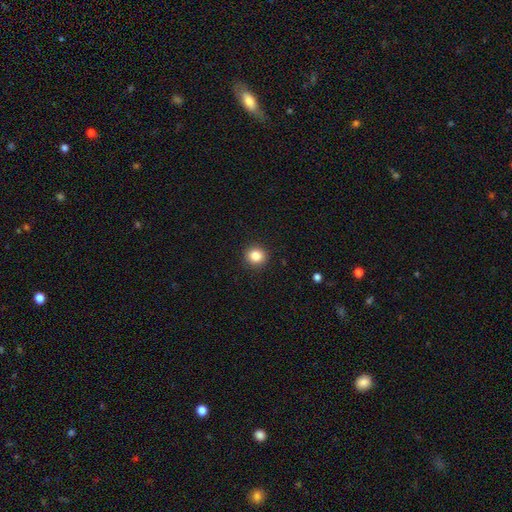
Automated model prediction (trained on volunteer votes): Q: Smooth or featured?
A: smooth (85%); runner-up: star or artifact (10%)
Q: How rounded?
A: round (91%); runner-up: in between (8%)
Q: Merging?
A: none (92%); runner-up: minor disturbance (5%)